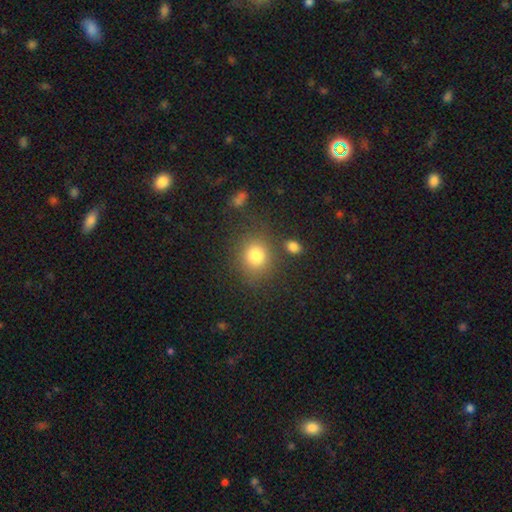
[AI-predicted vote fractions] Morphology: type=smooth (80%); roundness=round (75%); merging=none (76%).